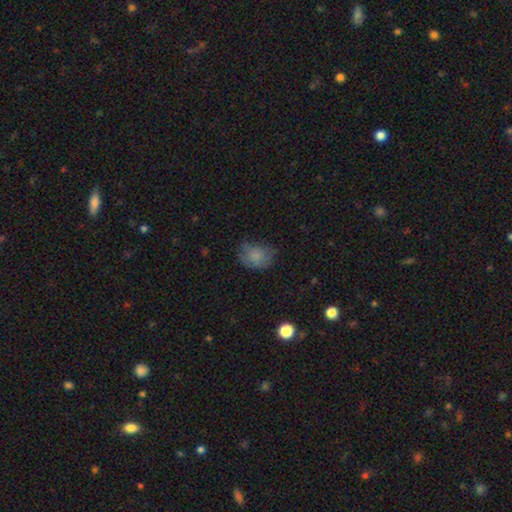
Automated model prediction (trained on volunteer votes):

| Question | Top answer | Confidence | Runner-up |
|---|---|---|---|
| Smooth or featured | smooth | 76% | featured or disk (13%) |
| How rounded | round | 50% | in between (49%) |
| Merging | none | 53% | minor disturbance (32%) |